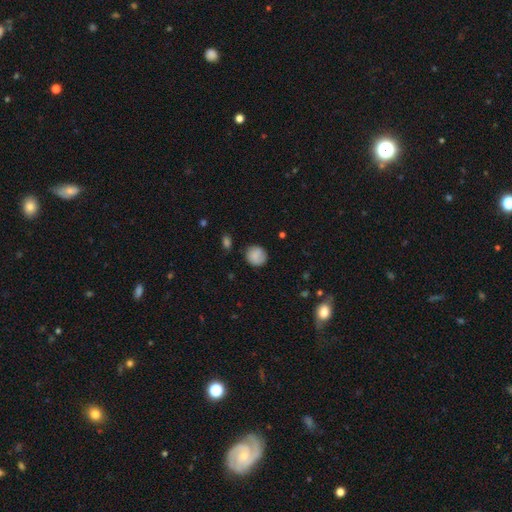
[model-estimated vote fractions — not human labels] Q: Smooth or featured?
A: smooth (85%); runner-up: star or artifact (8%)
Q: How rounded?
A: round (88%); runner-up: in between (11%)
Q: Merging?
A: none (80%); runner-up: minor disturbance (15%)